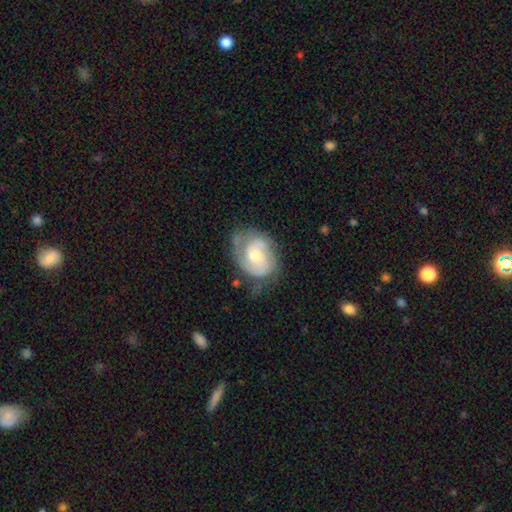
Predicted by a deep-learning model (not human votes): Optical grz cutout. It shows a featured or disk galaxy (75%) with no bar (61%), 2 (62%) tight (45%) spiral arms (92%) and a moderate central bulge (53%). Merging: none (55%).